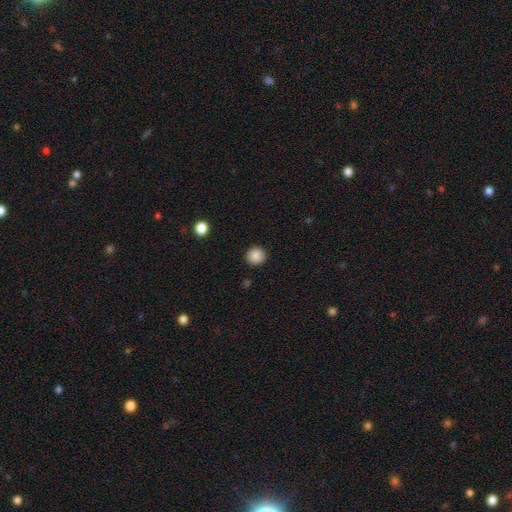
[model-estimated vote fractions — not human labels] A smooth galaxy with no disk features (87%) that is round (94%).

Vote fractions:
- Smooth or featured? smooth: 87% / star or artifact: 9% / featured or disk: 3%
- How rounded? round: 94% / in between: 5% / cigar-shaped: 1%
- Merging? none: 91% / minor disturbance: 6% / major disturbance: 2% / merger: 1%